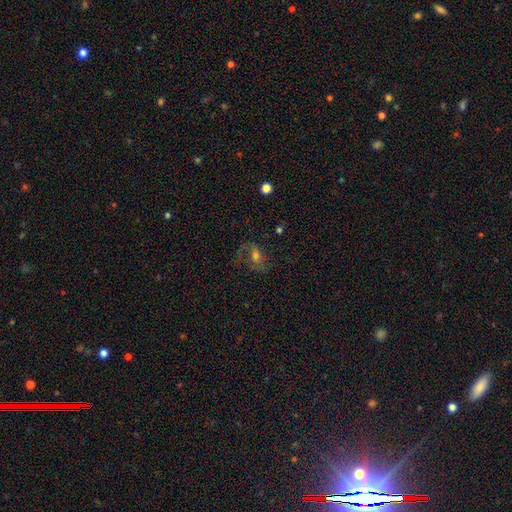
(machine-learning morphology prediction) type=featured or disk (60%); edge-on=no (96%); bar=no (53%); spiral arms=yes (80%); bulge=moderate (54%); merging=none (54%).